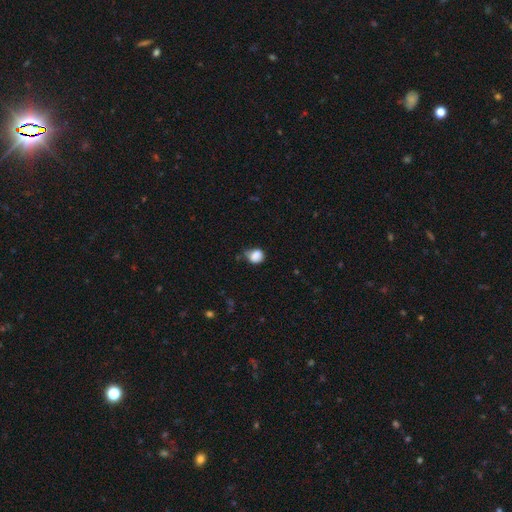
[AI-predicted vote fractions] Overall: smooth (84%). How rounded: round (64%; in between 35%). Merging: none (48%; minor disturbance 35%).